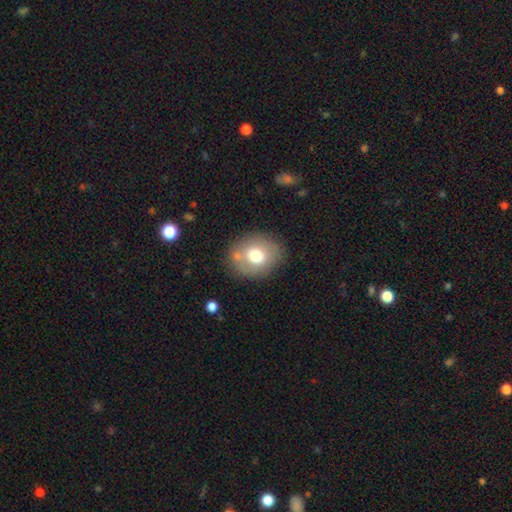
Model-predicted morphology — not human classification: Overall: smooth (70%). How rounded: round (60%; in between 39%). Merging: none (75%).